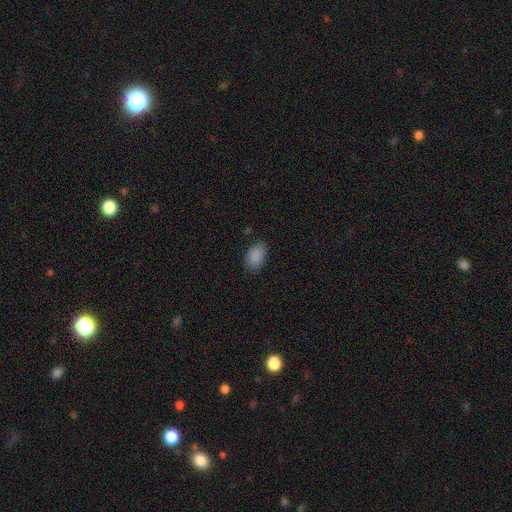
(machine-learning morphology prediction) Smooth or featured: smooth — 88% (star or artifact — 8%)
How rounded: in between — 87% (round — 12%)
Merging: none — 80% (minor disturbance — 15%)